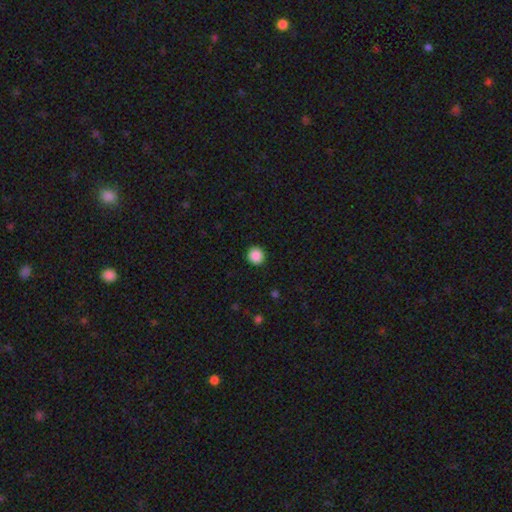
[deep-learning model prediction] The model was most divided on "smooth or featured": smooth: 88%, star or artifact: 9%, featured or disk: 3%. More confident: how rounded — round (93%); merging — none (92%).